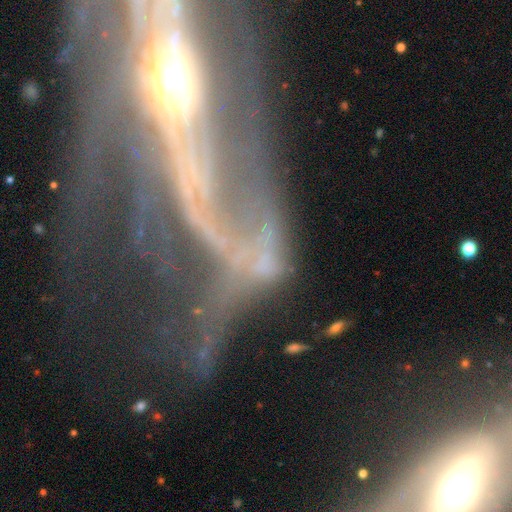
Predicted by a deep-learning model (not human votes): smooth-or-featured: featured or disk: 70% | star or artifact: 19% | smooth: 12%
  disk-edge-on: no: 84% | yes: 16%
    bar: no: 52% | strong: 26% | weak: 22%
    has-spiral-arms: yes: 59% | no: 41%
    bulge-size: small: 38% | moderate: 33% | none: 17% | large: 8% | dominant: 4%
  merging: major disturbance: 46% | none: 25% | merger: 16% | minor disturbance: 13%